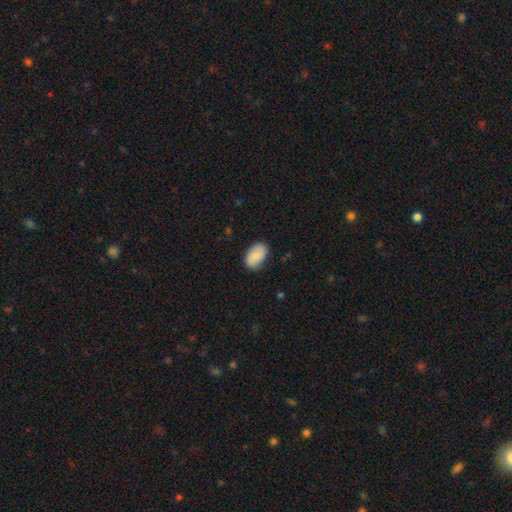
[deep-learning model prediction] A smooth galaxy with no disk features (80%) that is in between round and cigar-shaped (91%). Merging: none (77%).